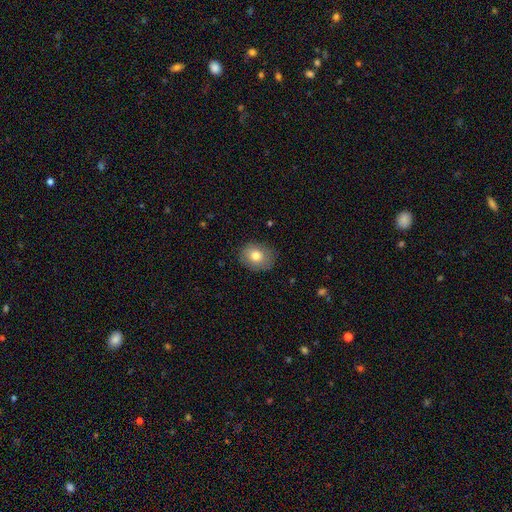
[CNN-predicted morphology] Smooth or featured? Predicted: smooth (p=0.78). How rounded? Predicted: in between (p=0.50). Merging? Predicted: none (p=0.83).